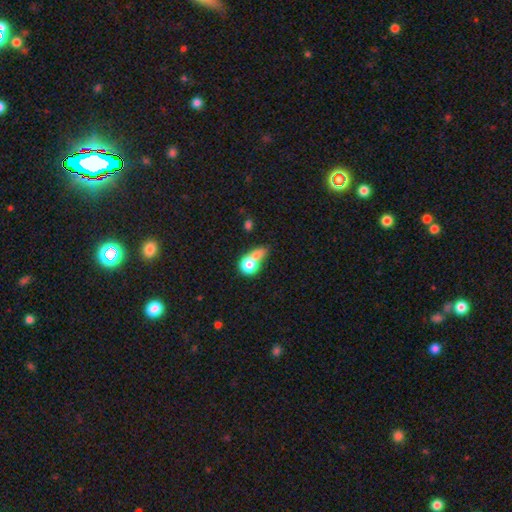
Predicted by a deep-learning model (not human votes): A smooth galaxy with no disk features (72%) that is round (60%).

Vote fractions:
- Smooth or featured? smooth: 72% / featured or disk: 17% / star or artifact: 11%
- How rounded? round: 60% / in between: 37% / cigar-shaped: 4%
- Merging? merger: 54% / none: 23% / major disturbance: 12% / minor disturbance: 11%